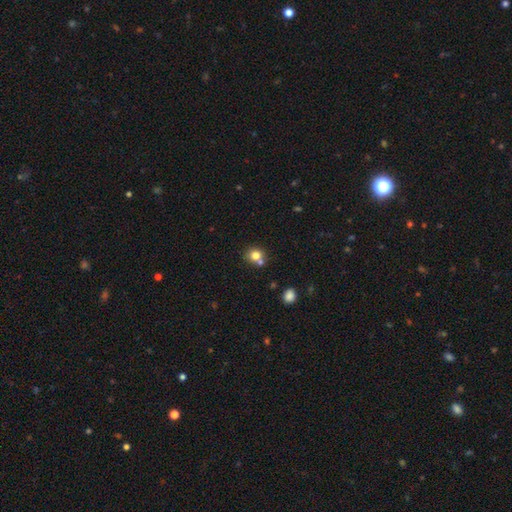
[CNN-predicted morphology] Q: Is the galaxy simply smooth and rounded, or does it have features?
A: smooth — 78%.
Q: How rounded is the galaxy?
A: round — 81%.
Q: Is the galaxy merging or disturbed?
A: none — 57%.